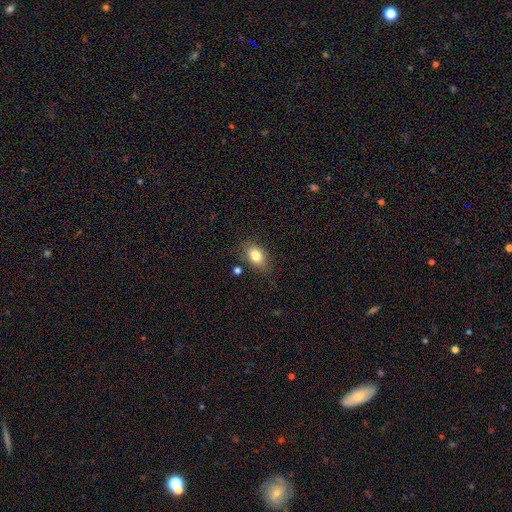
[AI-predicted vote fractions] Smooth or featured: smooth — 82% (featured or disk — 9%)
How rounded: in between — 81% (round — 17%)
Merging: none — 77% (minor disturbance — 16%)